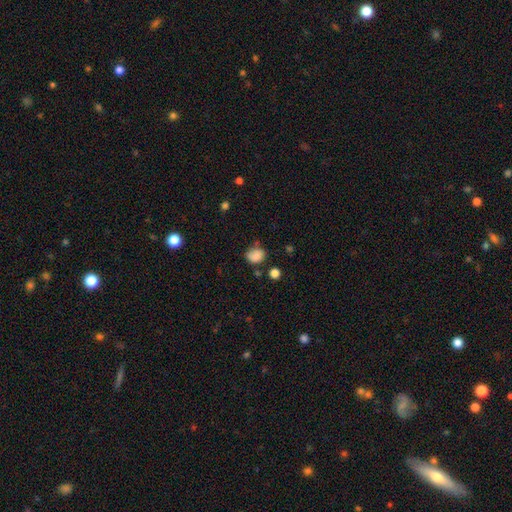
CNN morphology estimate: Q: Smooth or featured?
A: smooth (83%); runner-up: star or artifact (10%)
Q: How rounded?
A: round (55%); runner-up: in between (44%)
Q: Merging?
A: none (62%); runner-up: minor disturbance (24%)